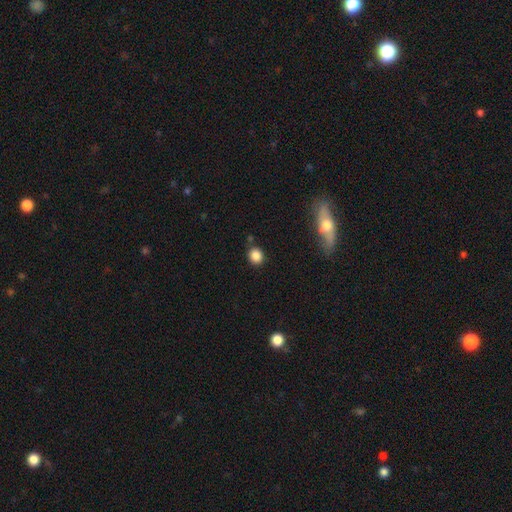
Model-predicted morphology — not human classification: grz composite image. It shows a smooth galaxy with no disk features (85%) that is round (77%). Merging: none (83%).